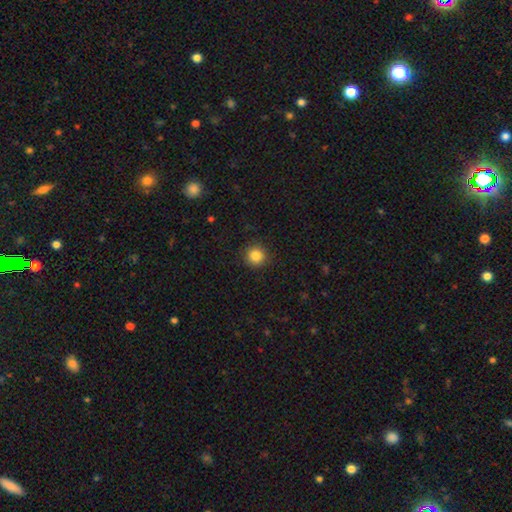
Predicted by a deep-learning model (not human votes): Smooth or featured?
  - smooth: 85% *
  - star or artifact: 11%
  - featured or disk: 5%
How rounded?
  - round: 94% *
  - in between: 5%
  - cigar-shaped: 1%
Merging?
  - none: 91% *
  - minor disturbance: 6%
  - major disturbance: 2%
  - merger: 1%